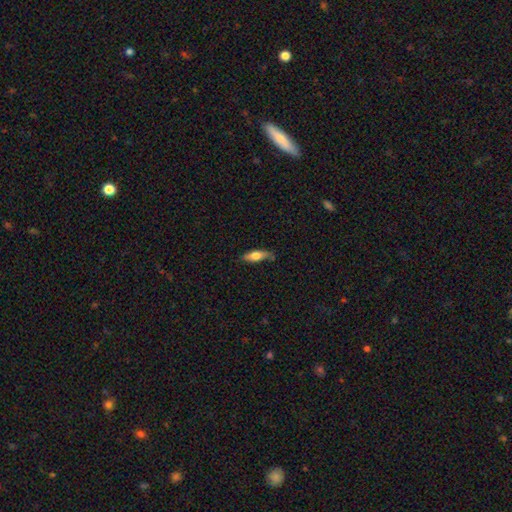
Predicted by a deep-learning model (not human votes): Overall: smooth (69%). How rounded: in between (58%; cigar-shaped 40%). Merging: none (65%; minor disturbance 26%).